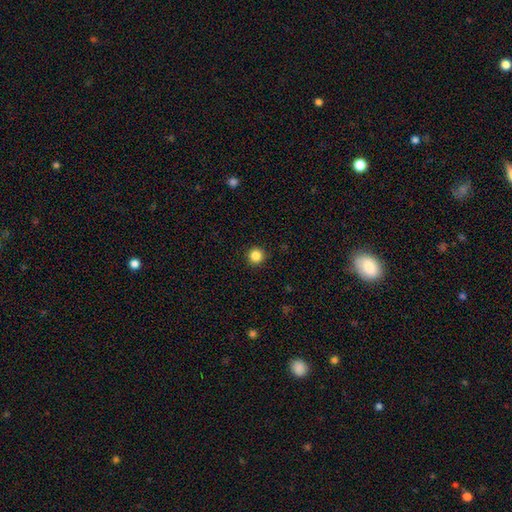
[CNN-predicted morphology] Smooth or featured? smooth (86%)
How rounded? round (95%)
Merging? none (93%)